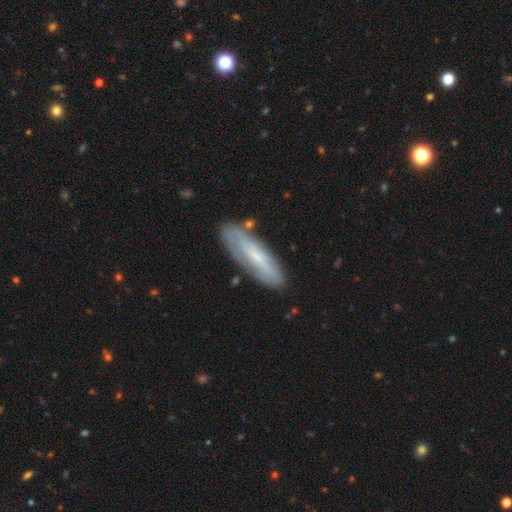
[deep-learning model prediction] smooth 49%, featured or disk 44%, star or artifact 7%. Down the decision tree: merging — none (77%).